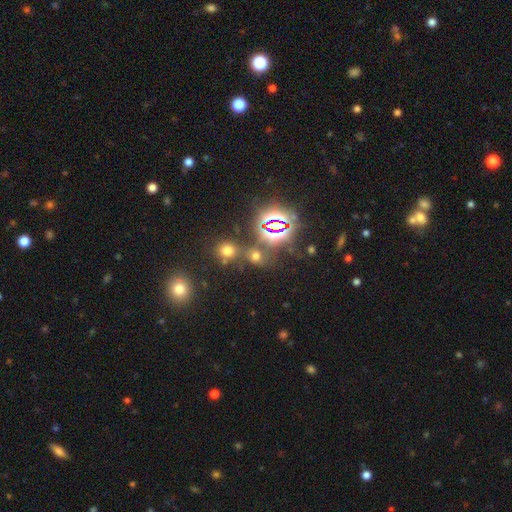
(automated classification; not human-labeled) Smooth or featured: star or artifact — 46% (tied with smooth — 46%)